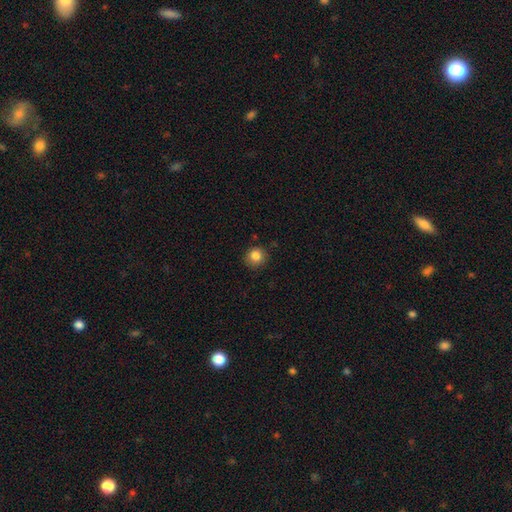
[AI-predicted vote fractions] A smooth galaxy with no disk features (84%) that is round (89%).

Vote fractions:
- Smooth or featured? smooth: 84% / star or artifact: 10% / featured or disk: 6%
- How rounded? round: 89% / in between: 10% / cigar-shaped: 1%
- Merging? none: 84% / minor disturbance: 12% / major disturbance: 3% / merger: 1%